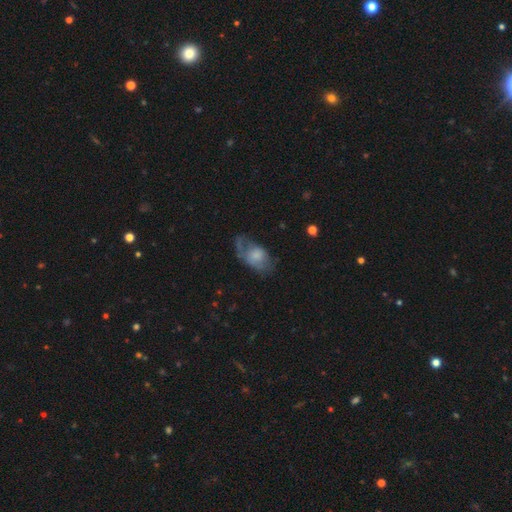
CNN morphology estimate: This appears to be a smooth galaxy with no disk features (56%) that is in between round and cigar-shaped (86%). Merging: major disturbance (35%).